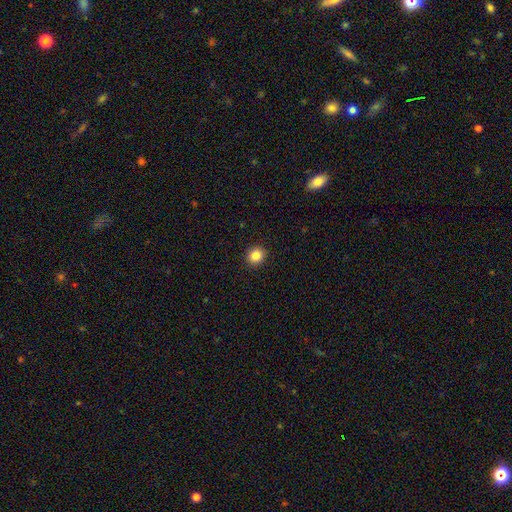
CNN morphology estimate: Smooth or featured? smooth (84%)
How rounded? round (85%)
Merging? none (93%)